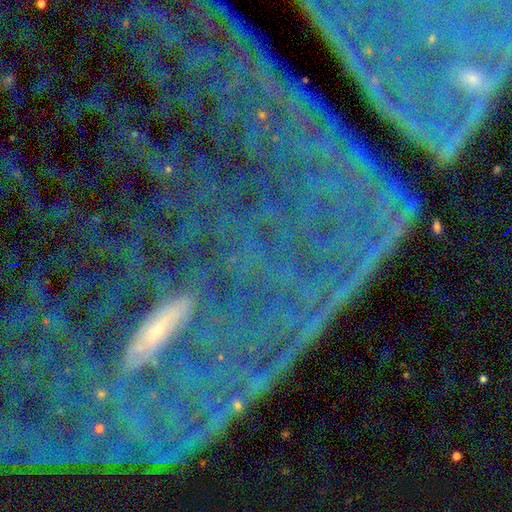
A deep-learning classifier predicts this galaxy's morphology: Overall: star or artifact (74%).